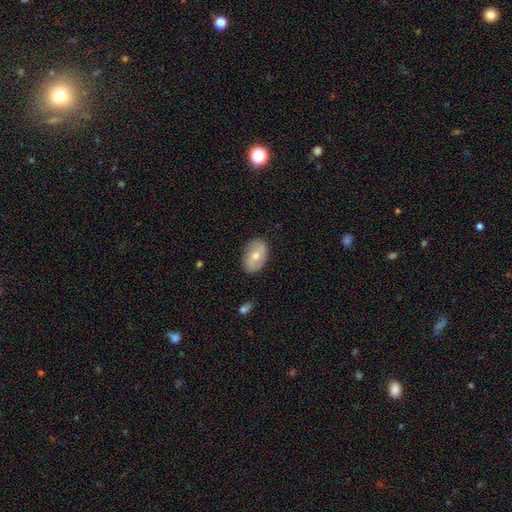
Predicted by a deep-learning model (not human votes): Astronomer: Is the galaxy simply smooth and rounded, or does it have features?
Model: featured or disk — 52% (runner-up: smooth, 43%).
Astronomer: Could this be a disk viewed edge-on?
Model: no — 95%.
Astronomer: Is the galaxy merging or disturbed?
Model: none — 82%.